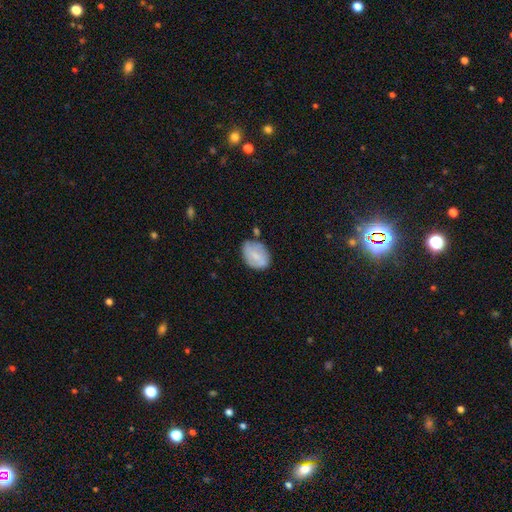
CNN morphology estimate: Overall: smooth (66%; featured or disk 27%). How rounded: in between (76%). Merging: none (63%; minor disturbance 25%).